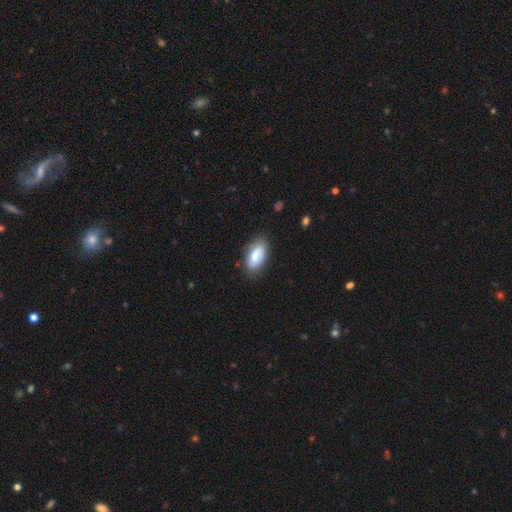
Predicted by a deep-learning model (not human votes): A smooth galaxy with no disk features (76%) that is in between round and cigar-shaped (90%). Merging: none (76%).